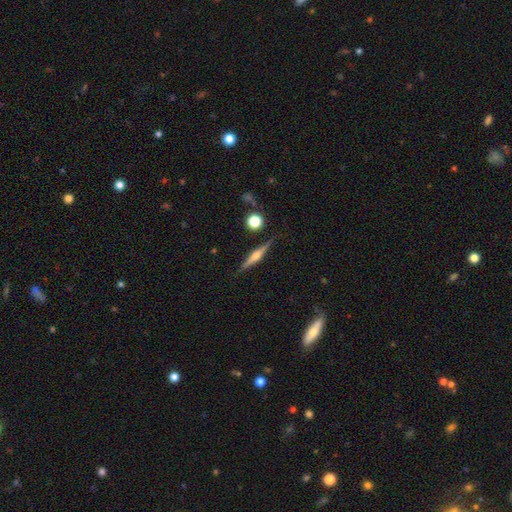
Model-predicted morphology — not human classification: This is likely a featured or disk galaxy (70%). It is clearly viewed edge-on (98%). Edge-on bulge: clearly rounded (84%). Merging: clearly none (86%).